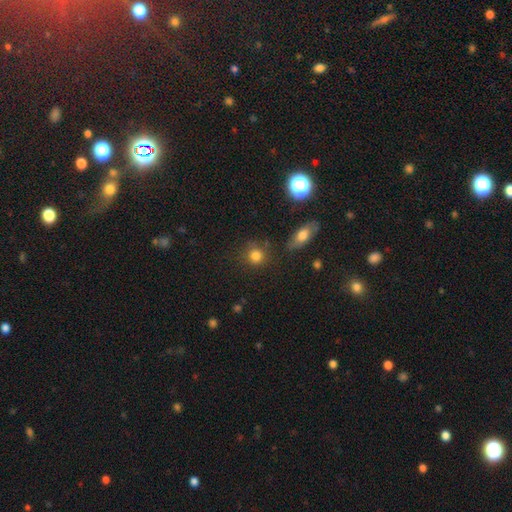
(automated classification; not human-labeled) smooth 81%, star or artifact 12%, featured or disk 7%. Down the decision tree: how rounded — round (86%); merging — none (75%).